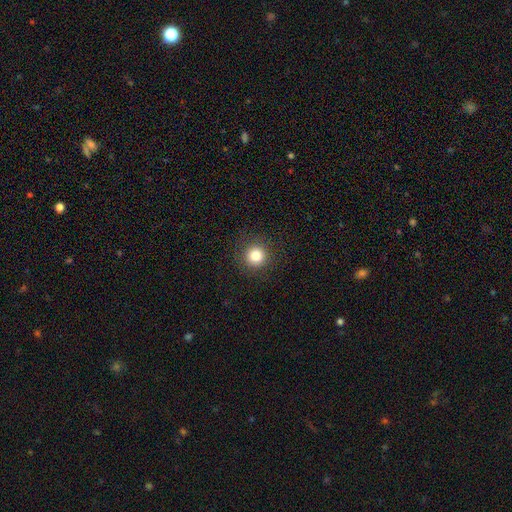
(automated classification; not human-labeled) Q: Smooth or featured?
A: smooth (82%); runner-up: star or artifact (12%)
Q: How rounded?
A: round (95%); runner-up: in between (4%)
Q: Merging?
A: none (91%); runner-up: minor disturbance (6%)